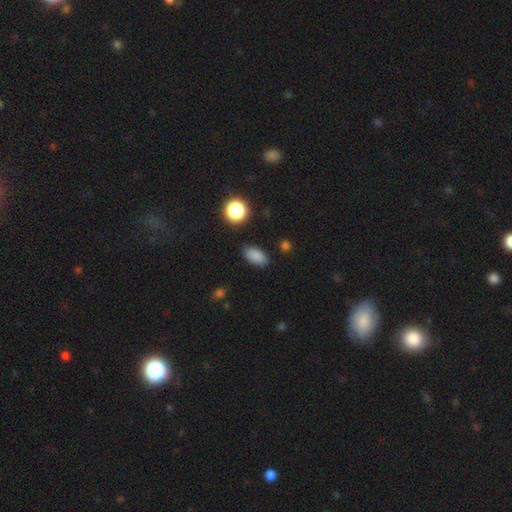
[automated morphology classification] Q: Smooth or featured?
A: smooth (86%); runner-up: star or artifact (10%)
Q: How rounded?
A: in between (90%); runner-up: round (6%)
Q: Merging?
A: none (87%); runner-up: minor disturbance (9%)